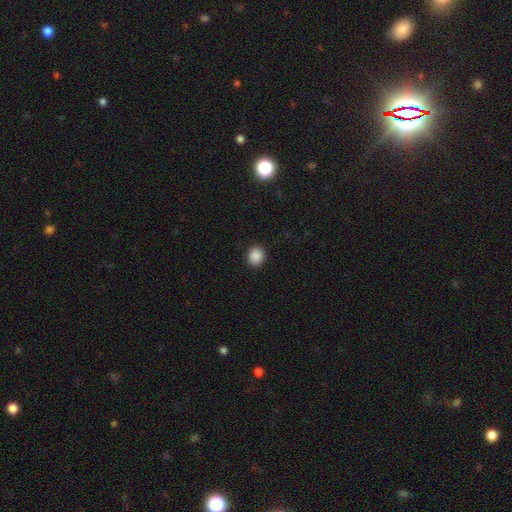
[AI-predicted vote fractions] smooth-or-featured: smooth: 89% | star or artifact: 9% | featured or disk: 2%
  how-rounded: round: 71% | in between: 28% | cigar-shaped: 1%
  merging: none: 91% | minor disturbance: 6% | major disturbance: 2% | merger: 1%